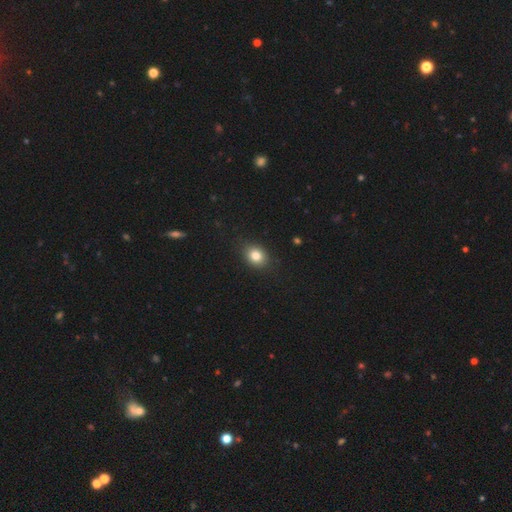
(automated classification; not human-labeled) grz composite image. It shows a smooth galaxy with no disk features (81%) that is in between round and cigar-shaped (52%). Merging: none (87%).